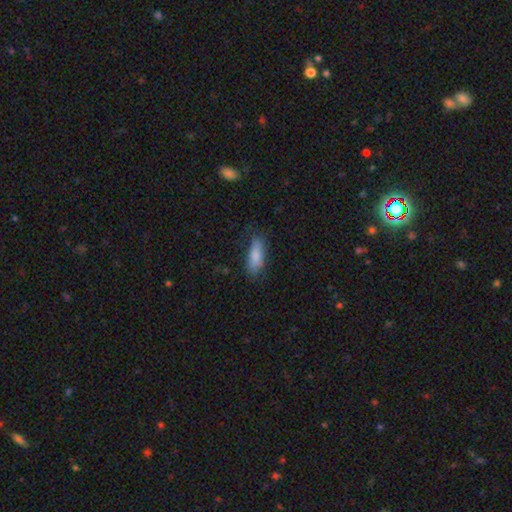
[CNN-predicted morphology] Smooth or featured?
  - smooth: 83% *
  - featured or disk: 11%
  - star or artifact: 6%
How rounded?
  - in between: 66% *
  - cigar-shaped: 32%
  - round: 2%
Merging?
  - none: 73% *
  - minor disturbance: 20%
  - major disturbance: 5%
  - merger: 1%